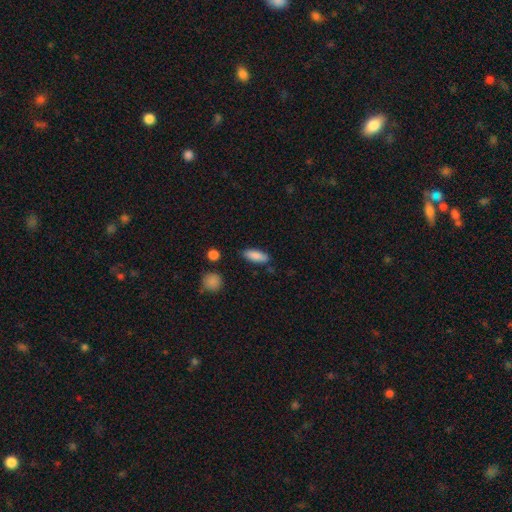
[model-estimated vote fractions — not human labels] Smooth or featured? smooth (87%)
How rounded? in between (71%)
Merging? none (83%)